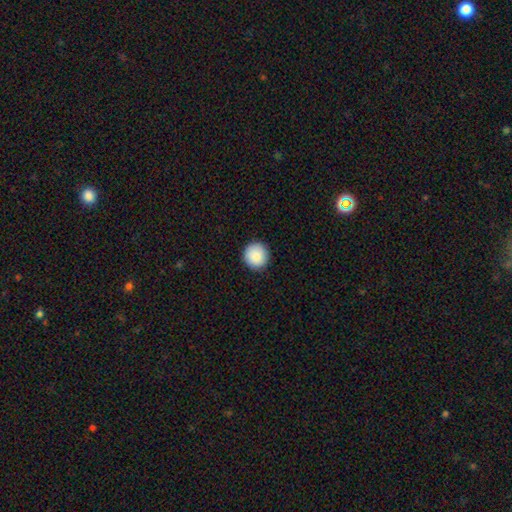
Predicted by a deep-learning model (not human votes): Smooth or featured?
  - smooth: 87% *
  - star or artifact: 8%
  - featured or disk: 5%
How rounded?
  - round: 96% *
  - in between: 3%
  - cigar-shaped: 1%
Merging?
  - none: 92% *
  - minor disturbance: 6%
  - major disturbance: 2%
  - merger: 1%